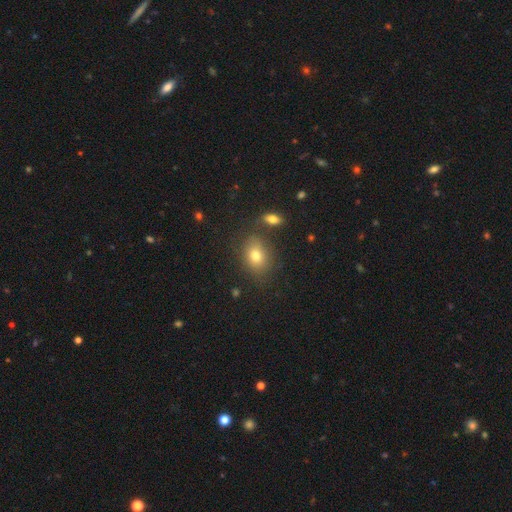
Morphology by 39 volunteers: A smooth galaxy with no disk features (77%) that is in between round and cigar-shaped (53%).

Vote fractions:
- Smooth or featured? smooth: 77% / featured or disk: 15% / star or artifact: 8%
- How rounded? in between: 53% / round: 43% / cigar-shaped: 3%
- Merging? none: 75% / major disturbance: 11% / minor disturbance: 8% / merger: 6%